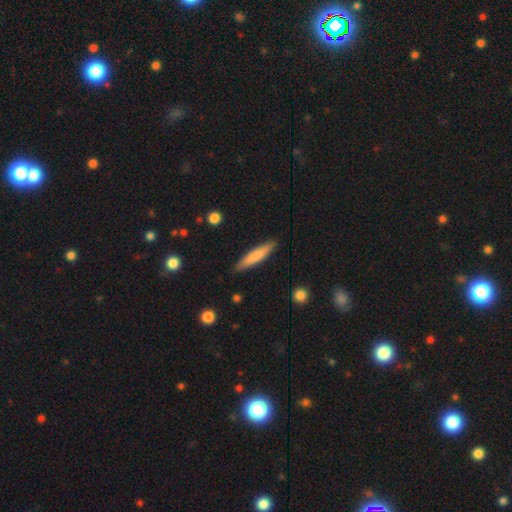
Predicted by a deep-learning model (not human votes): Smooth or featured? smooth (75%)
How rounded? cigar-shaped (87%)
Merging? none (87%)